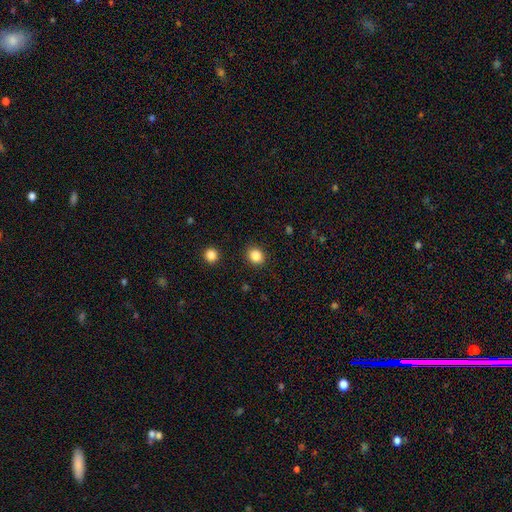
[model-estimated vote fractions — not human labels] Smooth or featured? smooth (84%)
How rounded? round (73%)
Merging? none (90%)